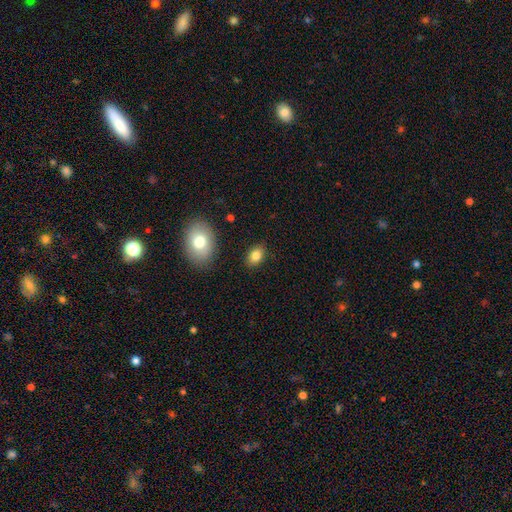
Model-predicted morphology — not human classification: Overall: smooth (82%). How rounded: in between (81%). Merging: none (86%).